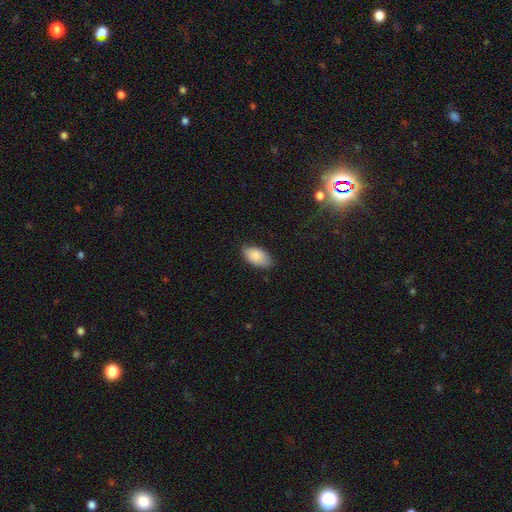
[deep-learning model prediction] smooth 86%, featured or disk 8%, star or artifact 7%. Down the decision tree: how rounded — in between (95%); merging — none (80%).